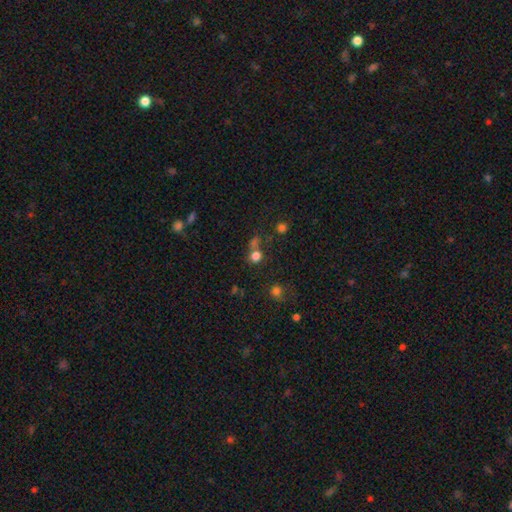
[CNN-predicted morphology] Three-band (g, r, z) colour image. It shows a smooth galaxy with no disk features (74%) that is round (83%). Merging: none (60%).